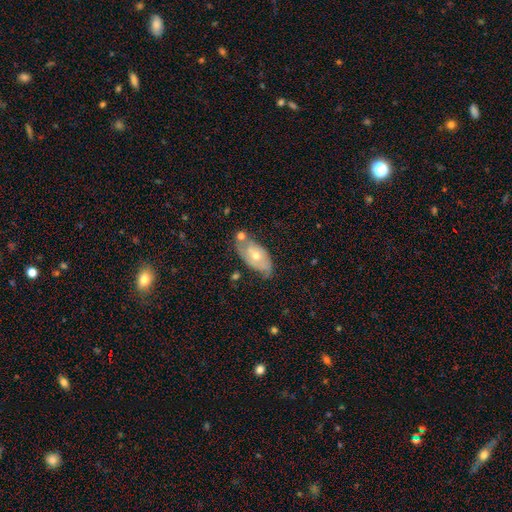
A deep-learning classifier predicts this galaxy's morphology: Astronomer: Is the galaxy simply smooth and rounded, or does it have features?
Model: featured or disk — 55% (runner-up: smooth, 39%).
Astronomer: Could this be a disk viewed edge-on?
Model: no — 89%.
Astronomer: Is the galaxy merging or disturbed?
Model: none — 49% (runner-up: minor disturbance, 27%).